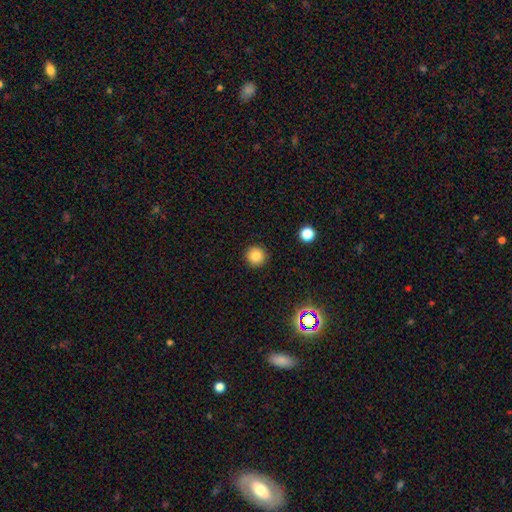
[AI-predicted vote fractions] Overall: smooth (83%). How rounded: round (95%). Merging: none (93%).